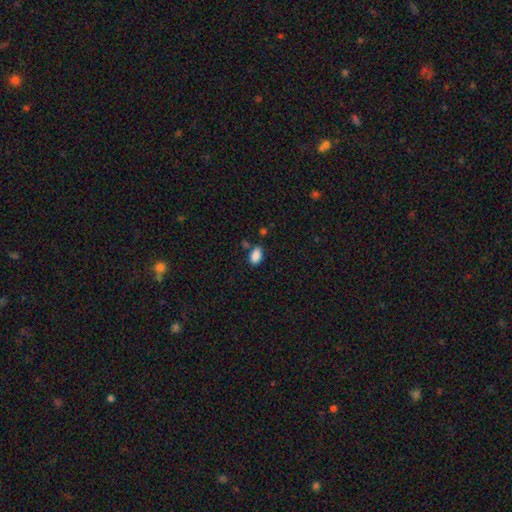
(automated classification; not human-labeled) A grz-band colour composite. It shows a smooth galaxy with no disk features (88%) that is in between round and cigar-shaped (91%). Merging: none (74%).